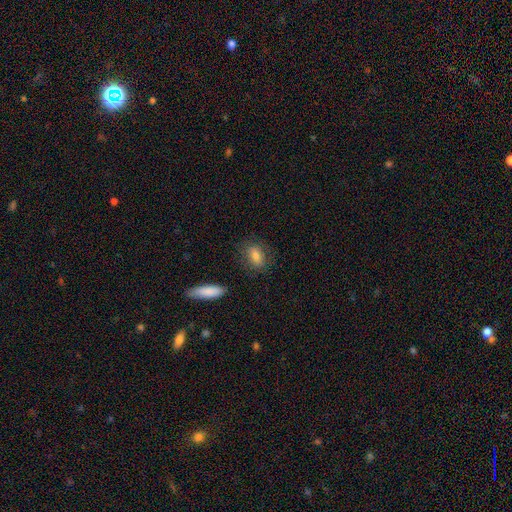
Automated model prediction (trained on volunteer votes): Overall: smooth (78%). How rounded: in between (75%). Merging: none (81%).